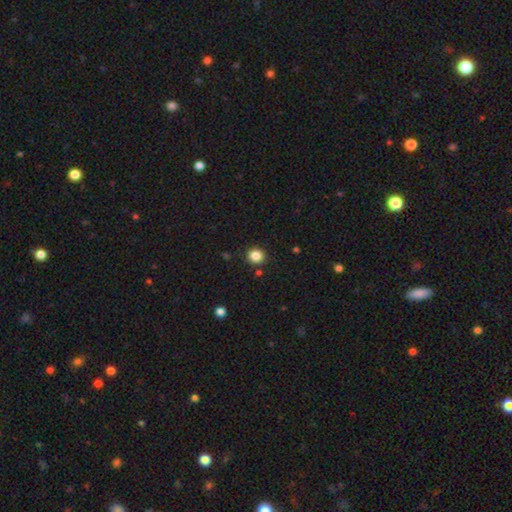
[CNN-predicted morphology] Smooth or featured: smooth — 84% (star or artifact — 11%)
How rounded: round — 86% (in between — 13%)
Merging: none — 89% (minor disturbance — 7%)